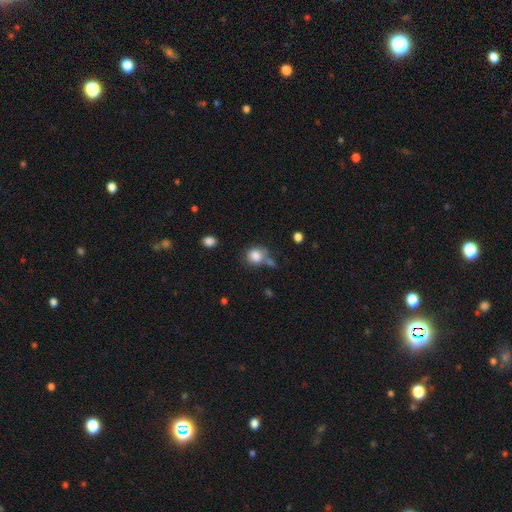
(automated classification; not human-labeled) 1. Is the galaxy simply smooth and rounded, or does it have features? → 83% smooth, 10% star or artifact, 8% featured or disk.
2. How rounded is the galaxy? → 76% round, 23% in between, 1% cigar-shaped.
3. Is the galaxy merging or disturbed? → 54% none, 19% merger, 18% minor disturbance, 8% major disturbance.